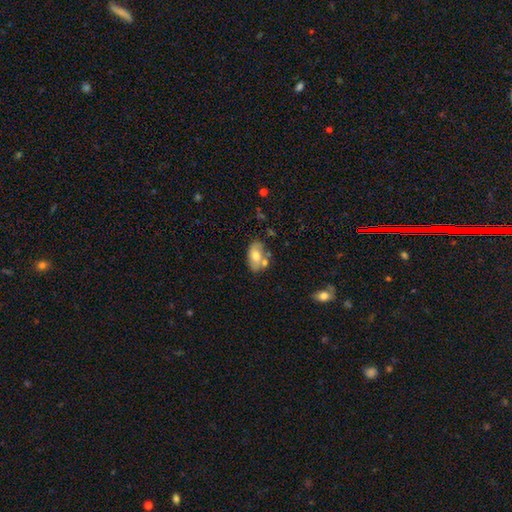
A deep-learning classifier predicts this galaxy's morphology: Smooth or featured?
  - smooth: 68% *
  - featured or disk: 24%
  - star or artifact: 7%
How rounded?
  - in between: 90% *
  - round: 8%
  - cigar-shaped: 2%
Merging?
  - none: 59% *
  - merger: 19%
  - minor disturbance: 18%
  - major disturbance: 5%